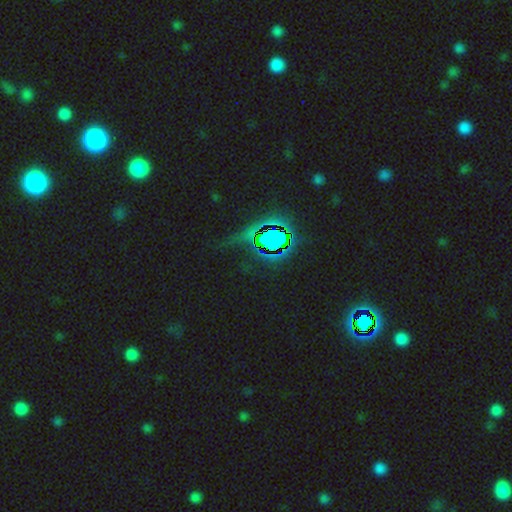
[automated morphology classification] star or artifact 81%, smooth 11%, featured or disk 8%.